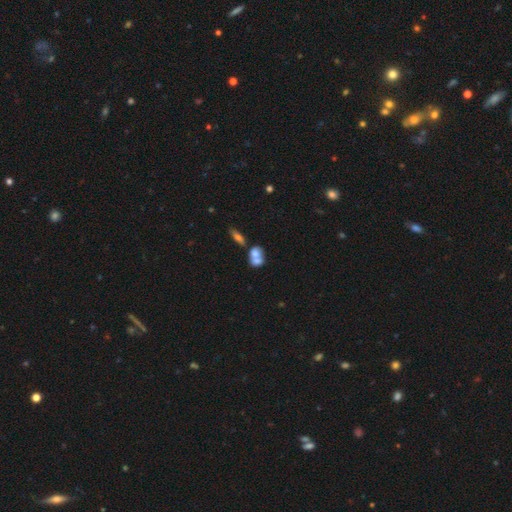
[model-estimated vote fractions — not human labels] Smooth or featured: smooth — 67% (featured or disk — 24%)
How rounded: in between — 60% (round — 37%)
Merging: merger — 63% (none — 25%)